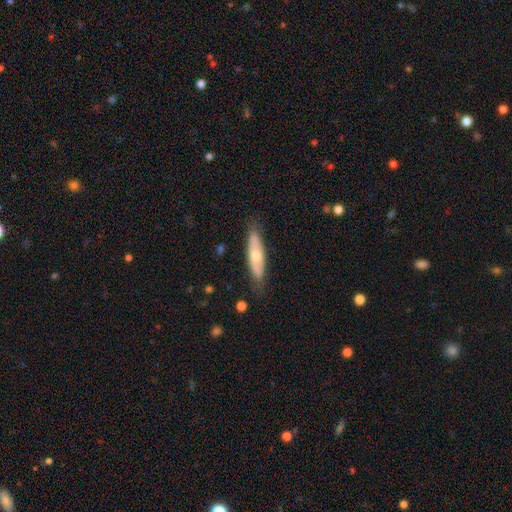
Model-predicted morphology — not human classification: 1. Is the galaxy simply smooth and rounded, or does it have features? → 52% smooth, 42% featured or disk, 6% star or artifact.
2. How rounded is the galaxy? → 62% cigar-shaped, 36% in between, 2% round.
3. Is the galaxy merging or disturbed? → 80% none, 15% minor disturbance, 3% major disturbance, 1% merger.